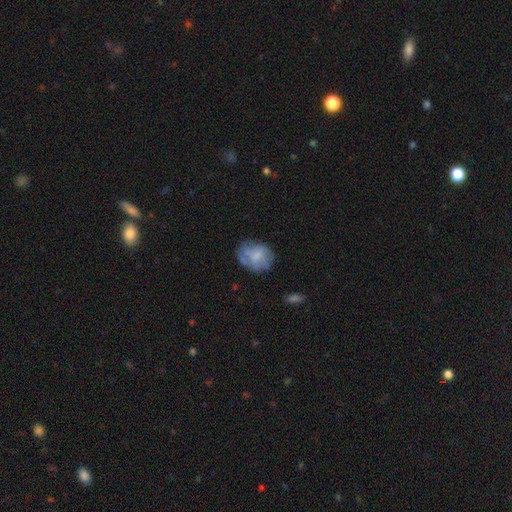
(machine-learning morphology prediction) type=smooth (59%); roundness=round (54%); merging=none (60%).